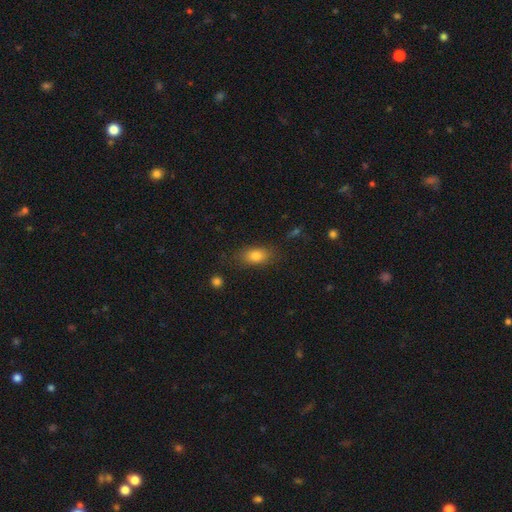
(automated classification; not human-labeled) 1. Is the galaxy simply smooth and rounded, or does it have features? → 81% smooth, 10% star or artifact, 9% featured or disk.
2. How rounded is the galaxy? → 83% in between, 11% round, 6% cigar-shaped.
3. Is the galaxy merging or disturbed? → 78% none, 15% minor disturbance, 5% major disturbance, 2% merger.